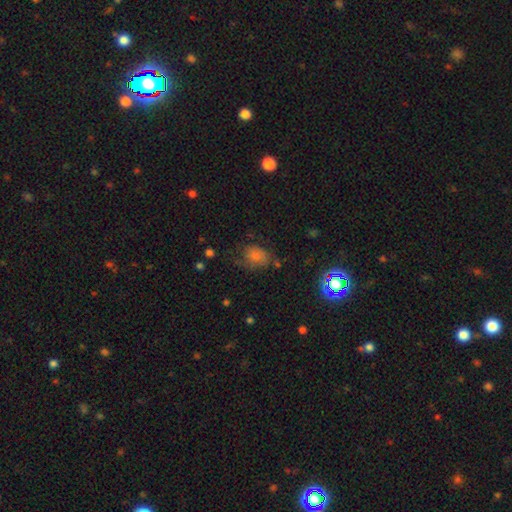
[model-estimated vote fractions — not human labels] smooth_or_featured: smooth (p=0.54) [alt: star or artifact p=0.25]
how_rounded: in between (p=0.55) [alt: round p=0.44]
merging: none (p=0.55) [alt: minor disturbance p=0.27]